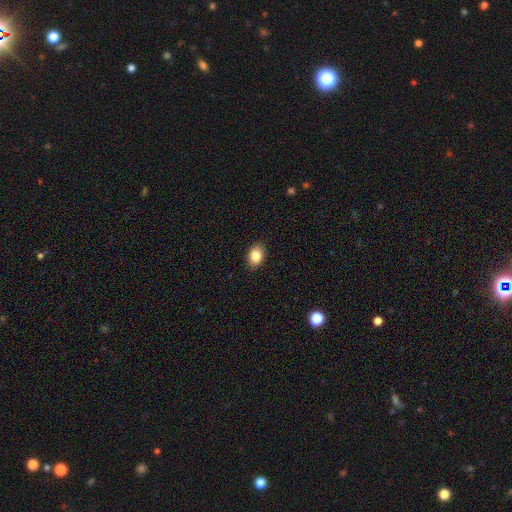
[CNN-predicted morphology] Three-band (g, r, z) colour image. It shows a smooth galaxy with no disk features (86%) that is in between round and cigar-shaped (76%). Merging: none (88%).